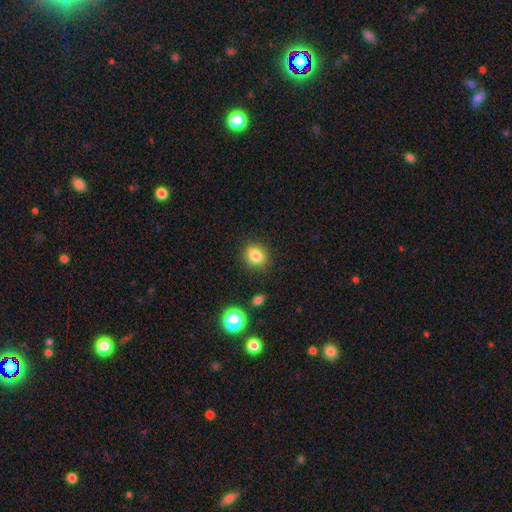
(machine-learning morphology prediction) This is clearly a smooth galaxy (82%). How rounded: likely round (74%). Merging: clearly none (85%).